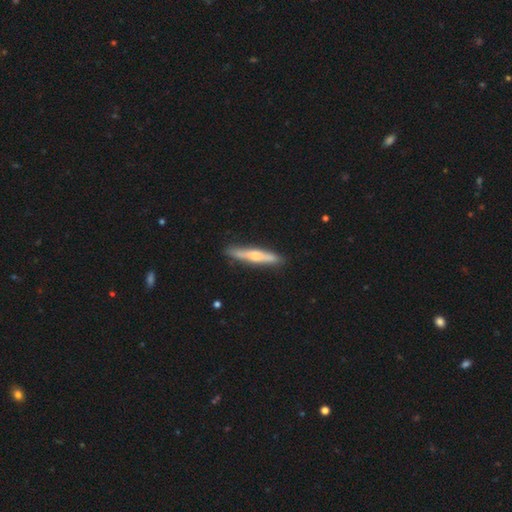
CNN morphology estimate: Smooth or featured: featured or disk — 50% (smooth — 45%)
Merging: none — 88% (minor disturbance — 9%)